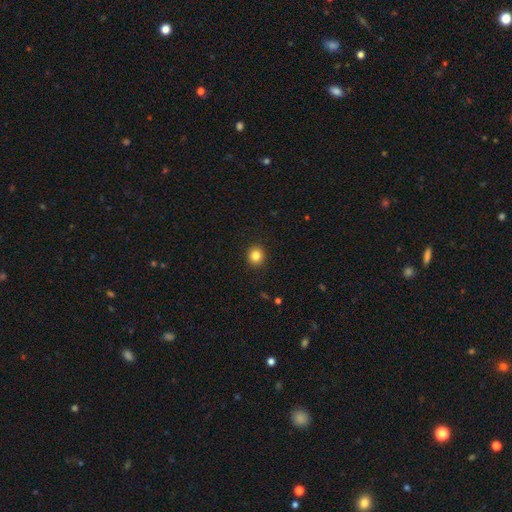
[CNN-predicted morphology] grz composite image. It shows a smooth galaxy with no disk features (84%) that is round (88%). Merging: none (92%).